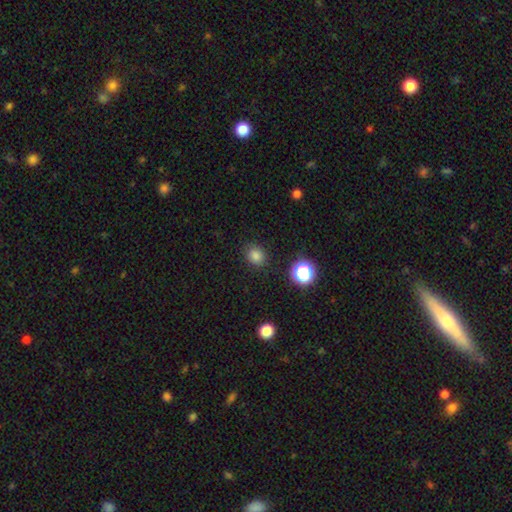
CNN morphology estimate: type=smooth (80%); roundness=round (70%); merging=none (86%).